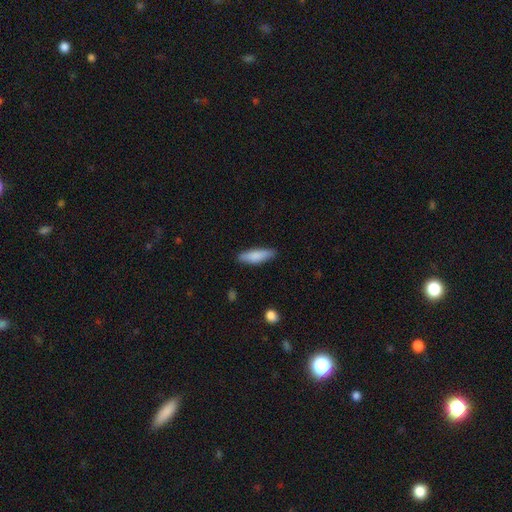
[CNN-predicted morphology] The model was most divided on "how rounded": cigar-shaped: 59%, in between: 39%, round: 2%. More confident: merging — none (86%); smooth or featured — smooth (84%).